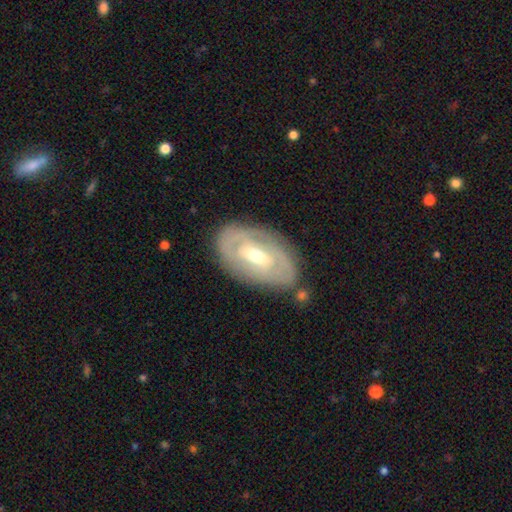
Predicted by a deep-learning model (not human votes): Morphology: type=featured or disk (72%); edge-on=no (92%); bar=weak (46%); spiral arms=yes (64%); bulge=moderate (70%); merging=none (75%).